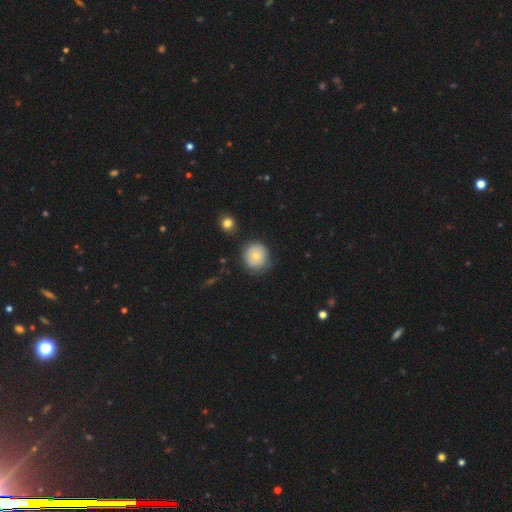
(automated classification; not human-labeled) This is likely a smooth galaxy (66%). How rounded: clearly round (89%). Merging: likely none (74%).